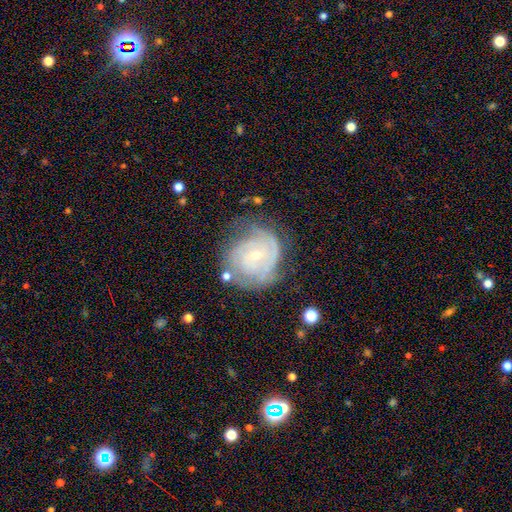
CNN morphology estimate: Overall: featured or disk (79%). Edge-on disk: no (98%). Bar: no (69%). Spiral arms: yes (90%). Spiral arm count: can't tell (40%; 2 26%). Spiral winding: tight (71%). Bulge size: small (74%). Merging: none (59%; minor disturbance 25%).